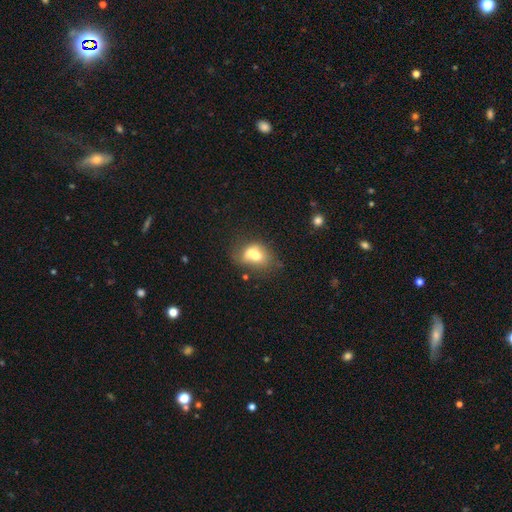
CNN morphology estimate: Smooth or featured? Predicted: smooth (p=0.61). How rounded? Predicted: in between (p=0.53). Merging? Predicted: merger (p=0.53).